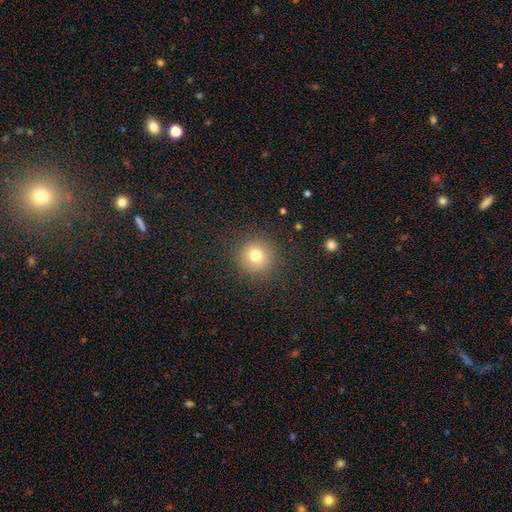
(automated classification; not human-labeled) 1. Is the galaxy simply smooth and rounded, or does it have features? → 77% smooth, 14% star or artifact, 10% featured or disk.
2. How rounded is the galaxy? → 94% round, 5% in between, 1% cigar-shaped.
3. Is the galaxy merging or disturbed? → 89% none, 6% minor disturbance, 3% major disturbance, 1% merger.